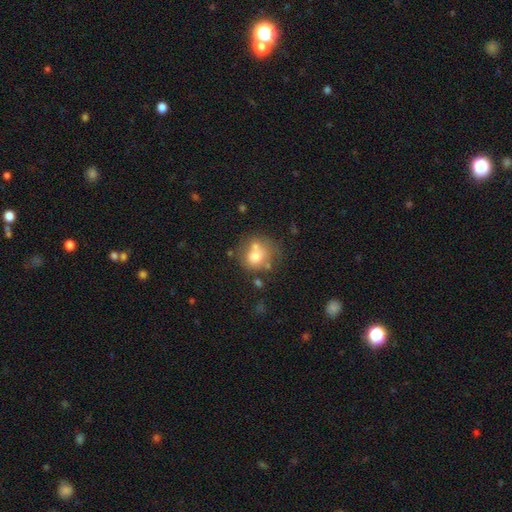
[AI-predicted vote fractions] Smooth or featured: smooth — 68% (featured or disk — 21%)
How rounded: round — 77% (in between — 22%)
Merging: none — 47% (merger — 29%)